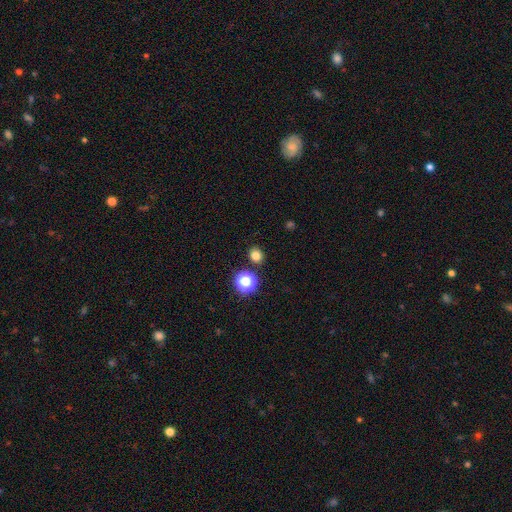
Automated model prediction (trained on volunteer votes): Smooth or featured?
  - smooth: 77% *
  - star or artifact: 18%
  - featured or disk: 5%
How rounded?
  - round: 76% *
  - in between: 23%
  - cigar-shaped: 1%
Merging?
  - none: 87% *
  - minor disturbance: 6%
  - merger: 4%
  - major disturbance: 2%